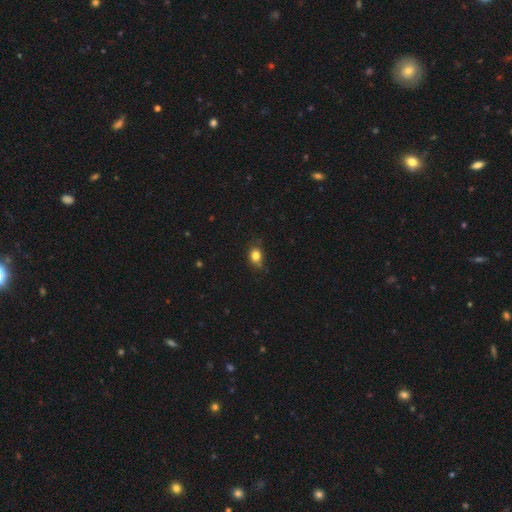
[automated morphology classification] Smooth or featured? Predicted: smooth (p=0.80). How rounded? Predicted: round (p=0.51). Merging? Predicted: none (p=0.63).